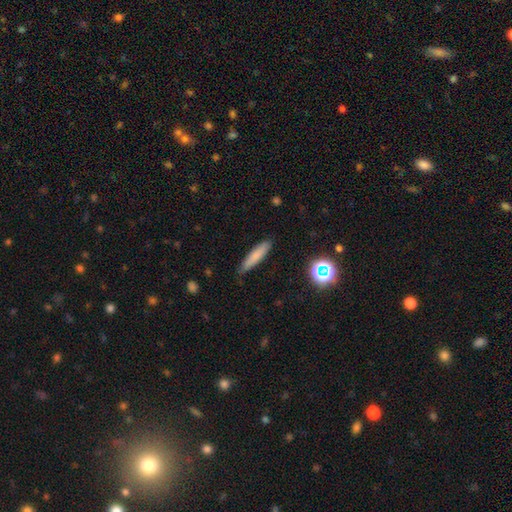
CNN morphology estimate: smooth-or-featured: smooth: 77% | featured or disk: 14% | star or artifact: 9%
  how-rounded: cigar-shaped: 85% | in between: 14% | round: 2%
  merging: none: 83% | minor disturbance: 13% | major disturbance: 2% | merger: 1%